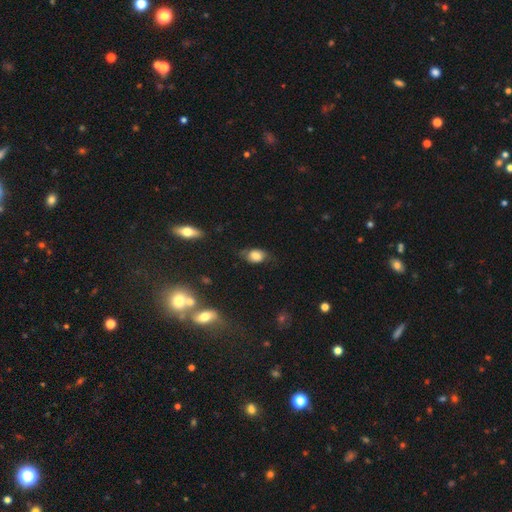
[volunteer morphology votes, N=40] Volunteers were most divided on "merging": none: 50%, major disturbance: 31%, minor disturbance: 14%, merger: 6%. More confident: how rounded — in between (85%); smooth or featured — smooth (65%).